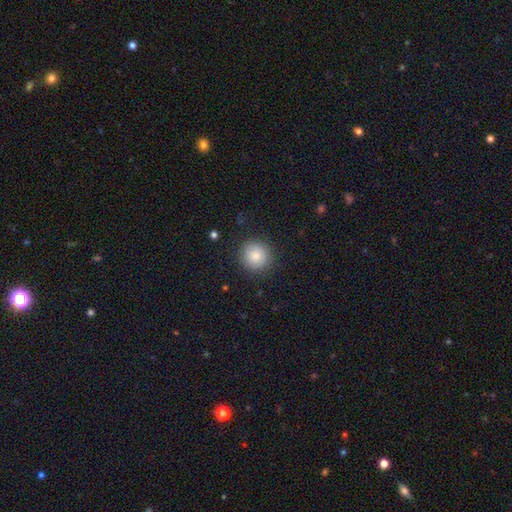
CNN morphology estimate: type=smooth (83%); roundness=round (93%); merging=none (88%).